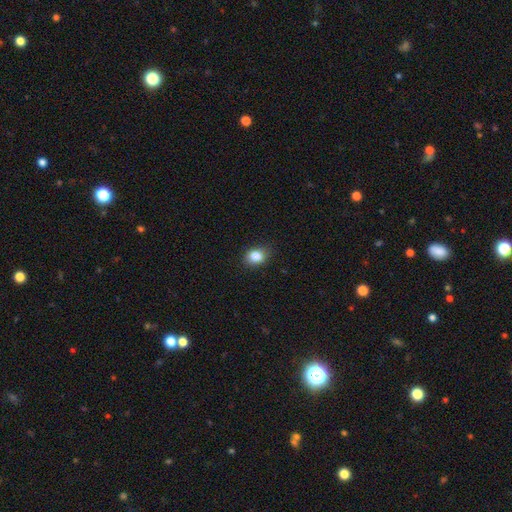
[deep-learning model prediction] This appears to be a smooth galaxy with no disk features (83%) that is in between round and cigar-shaped (53%). Merging: none (81%).